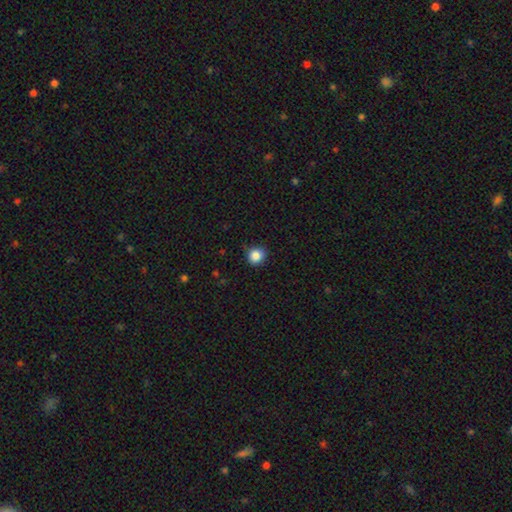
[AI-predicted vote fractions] smooth_or_featured: smooth (p=0.85) [alt: star or artifact p=0.10]
how_rounded: round (p=0.85) [alt: in between p=0.14]
merging: none (p=0.84) [alt: minor disturbance p=0.12]